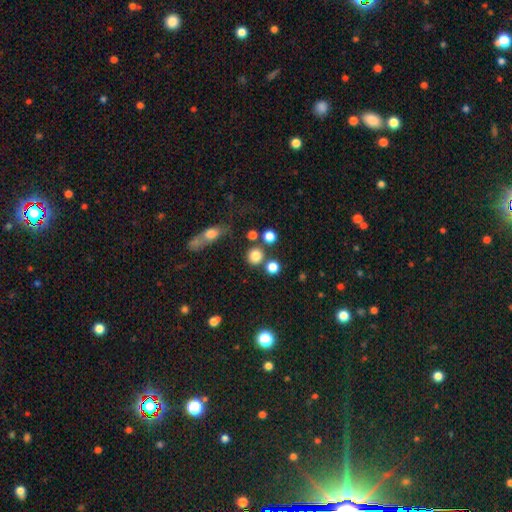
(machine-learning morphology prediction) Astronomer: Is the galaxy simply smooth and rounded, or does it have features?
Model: smooth — 80%.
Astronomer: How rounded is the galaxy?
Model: round — 90%.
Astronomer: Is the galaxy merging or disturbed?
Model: none — 74%.